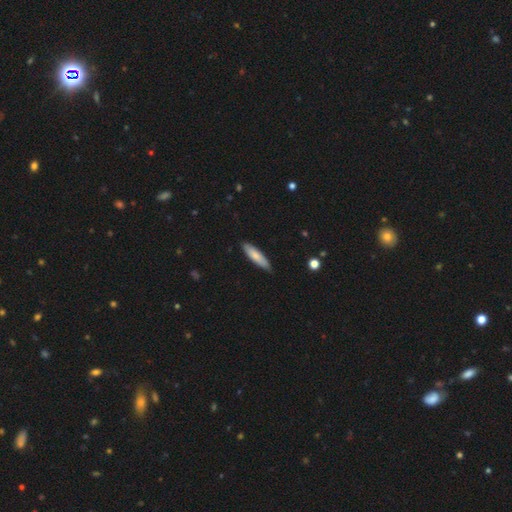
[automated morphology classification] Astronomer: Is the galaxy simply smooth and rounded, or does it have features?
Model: smooth — 76%.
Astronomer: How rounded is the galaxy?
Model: cigar-shaped — 69%.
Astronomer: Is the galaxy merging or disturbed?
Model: none — 84%.